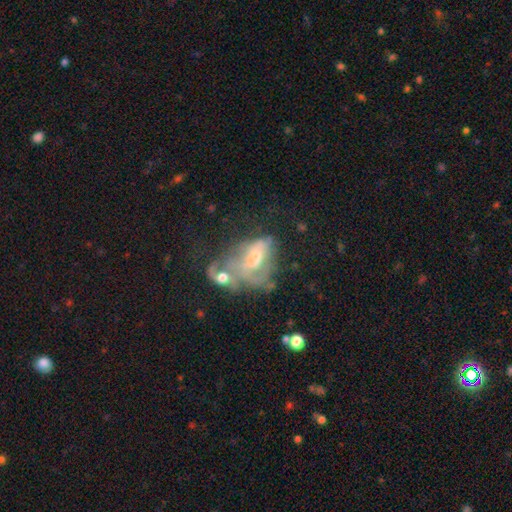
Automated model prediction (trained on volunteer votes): Q: Smooth or featured?
A: featured or disk (61%); runner-up: smooth (26%)
Q: Edge-on disk?
A: no (95%); runner-up: yes (5%)
Q: Bar?
A: no (66%); runner-up: weak (26%)
Q: Spiral arms?
A: no (58%); runner-up: yes (42%)
Q: Bulge size?
A: moderate (44%); runner-up: small (40%)
Q: Merging?
A: merger (50%); runner-up: major disturbance (25%)